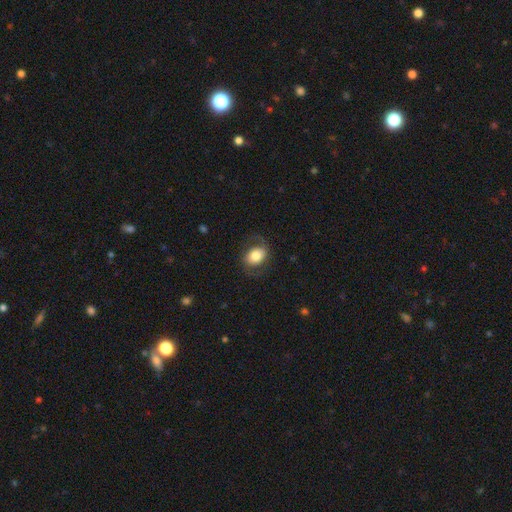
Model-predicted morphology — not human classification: A smooth galaxy with no disk features (51%) that is in between round and cigar-shaped (64%).

Vote fractions:
- Smooth or featured? smooth: 51% / featured or disk: 41% / star or artifact: 8%
- How rounded? in between: 64% / round: 35% / cigar-shaped: 1%
- Merging? none: 71% / minor disturbance: 16% / major disturbance: 12% / merger: 1%